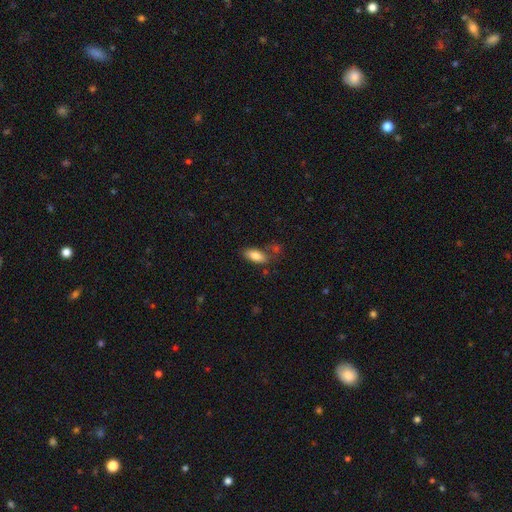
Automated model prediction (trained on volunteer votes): Overall: smooth (82%). How rounded: in between (86%). Merging: none (69%).